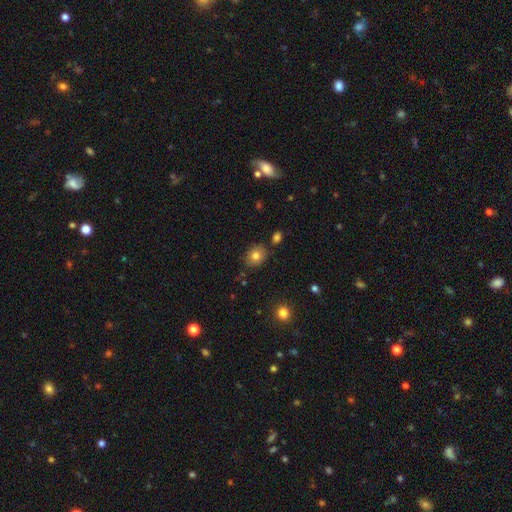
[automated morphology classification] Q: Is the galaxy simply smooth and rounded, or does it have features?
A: smooth — 79%.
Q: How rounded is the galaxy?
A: round — 54%.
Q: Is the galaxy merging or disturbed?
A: none — 81%.